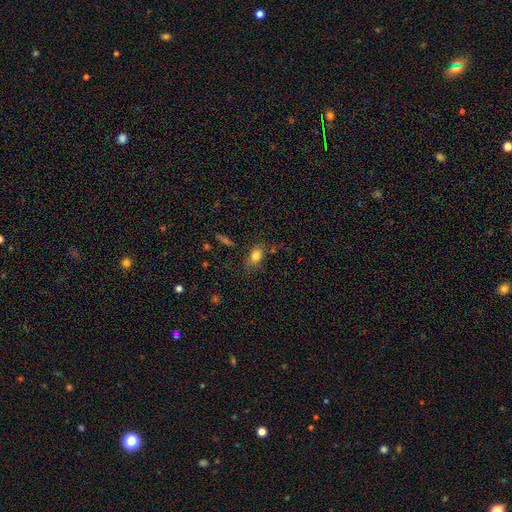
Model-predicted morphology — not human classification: Smooth or featured? smooth (80%)
How rounded? in between (74%)
Merging? none (69%)